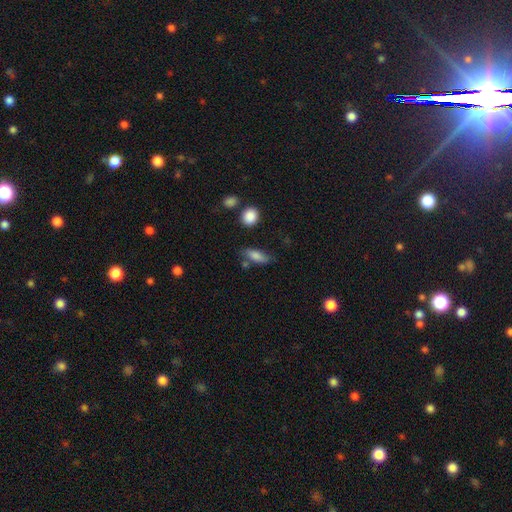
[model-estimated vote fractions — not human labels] Smooth or featured: smooth — 79% (featured or disk — 13%)
How rounded: in between — 71% (cigar-shaped — 25%)
Merging: none — 65% (minor disturbance — 21%)